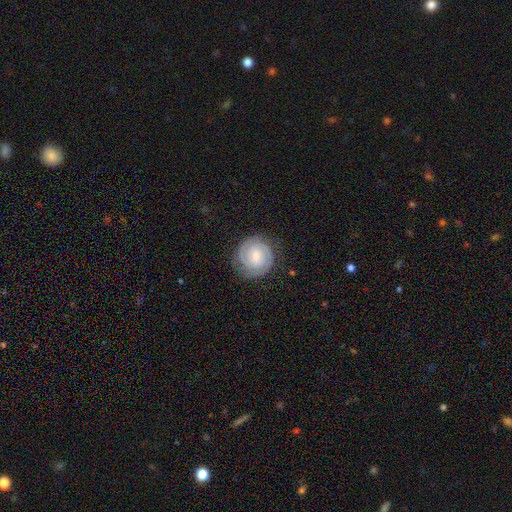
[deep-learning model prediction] This is likely a featured or disk galaxy (74%). It is clearly not viewed edge-on (98%). Bar: possibly no (57%). Spiral arm pattern: clearly yes (93%). Spiral arm count: likely 2 (63%). Spiral winding: likely tight (75%). Central bulge: likely small (68%). Merging: likely none (79%).